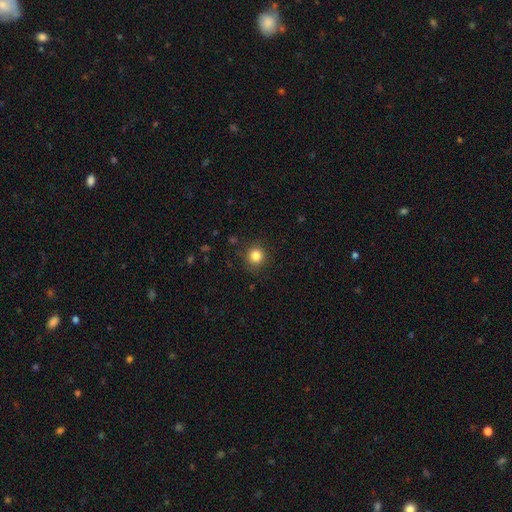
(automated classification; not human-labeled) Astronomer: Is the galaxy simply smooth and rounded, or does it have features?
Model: smooth — 85%.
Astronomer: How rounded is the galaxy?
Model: round — 92%.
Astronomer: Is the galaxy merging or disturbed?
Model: none — 88%.